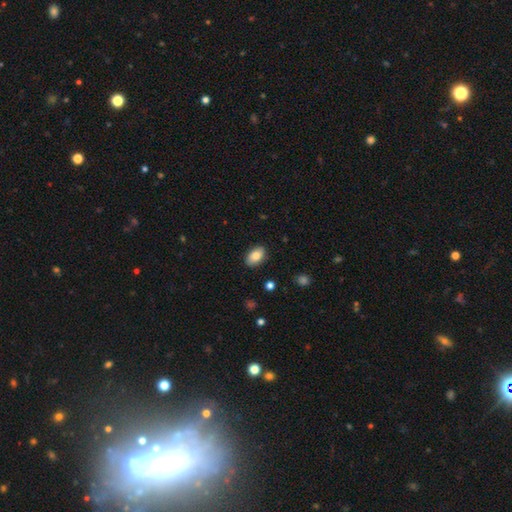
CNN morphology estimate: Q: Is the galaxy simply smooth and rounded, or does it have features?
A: smooth — 83%.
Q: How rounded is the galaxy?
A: in between — 92%.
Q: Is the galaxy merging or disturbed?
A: none — 87%.